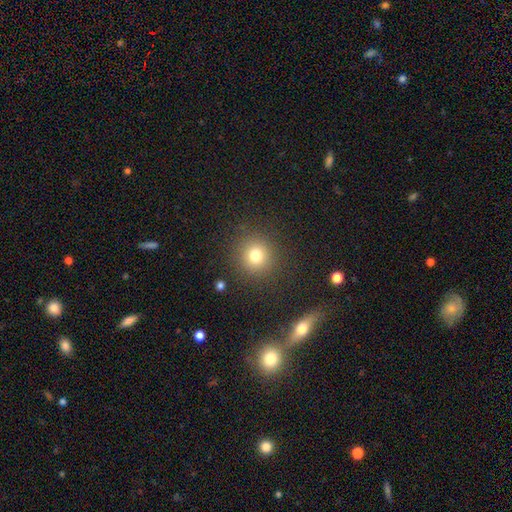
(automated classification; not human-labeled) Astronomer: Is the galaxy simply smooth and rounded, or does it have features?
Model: smooth — 77%.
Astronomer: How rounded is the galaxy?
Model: round — 93%.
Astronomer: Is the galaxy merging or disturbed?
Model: none — 89%.